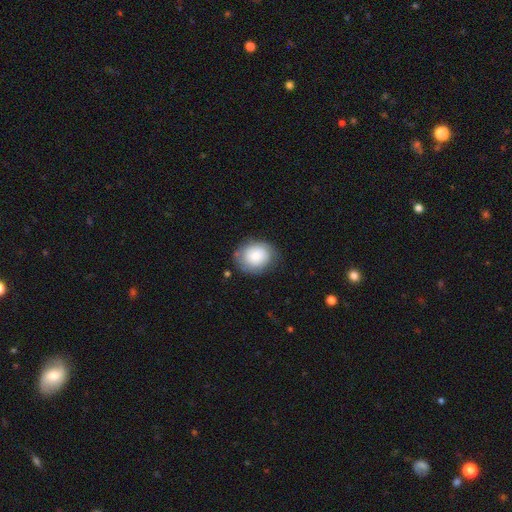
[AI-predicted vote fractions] Smooth or featured: smooth — 76% (featured or disk — 17%)
How rounded: round — 60% (in between — 39%)
Merging: none — 72% (minor disturbance — 20%)